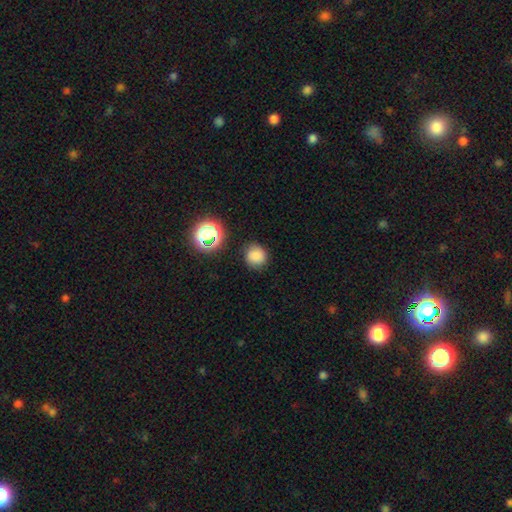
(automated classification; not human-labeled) This is likely a smooth galaxy (79%). How rounded: clearly round (88%). Merging: clearly none (83%).